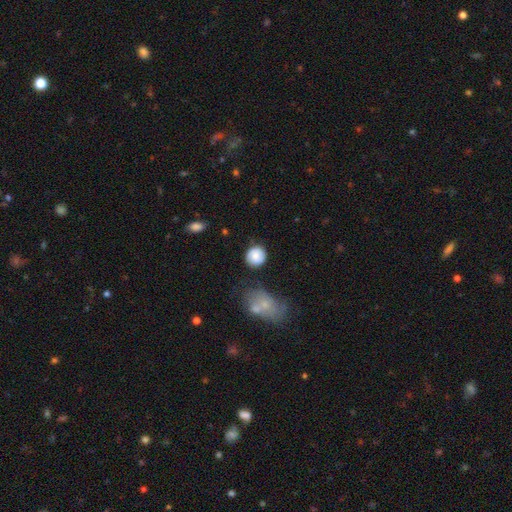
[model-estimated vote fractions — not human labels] A smooth galaxy with no disk features (82%) that is round (87%).

Vote fractions:
- Smooth or featured? smooth: 82% / featured or disk: 10% / star or artifact: 8%
- How rounded? round: 87% / in between: 12% / cigar-shaped: 1%
- Merging? none: 76% / minor disturbance: 15% / major disturbance: 5% / merger: 4%